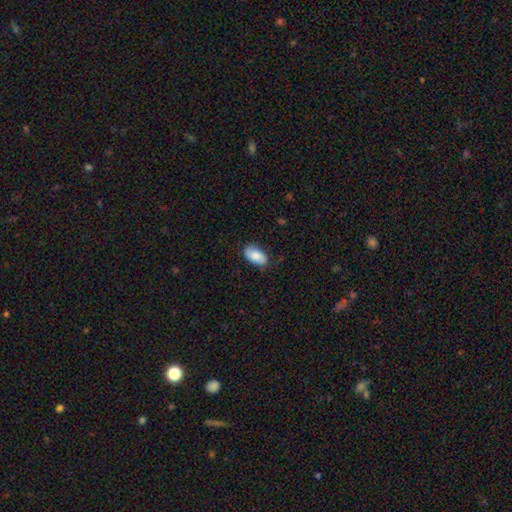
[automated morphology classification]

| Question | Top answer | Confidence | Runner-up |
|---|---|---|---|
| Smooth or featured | smooth | 81% | featured or disk (13%) |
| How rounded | in between | 94% | round (4%) |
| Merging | none | 78% | minor disturbance (18%) |